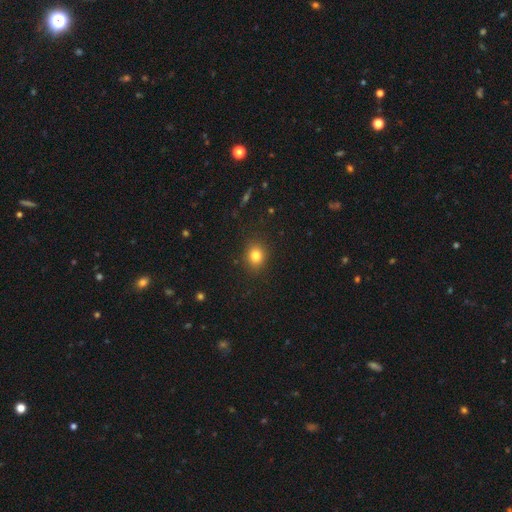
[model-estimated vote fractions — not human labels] smooth-or-featured: smooth: 82% | star or artifact: 12% | featured or disk: 6%
  how-rounded: round: 70% | in between: 29% | cigar-shaped: 1%
  merging: none: 88% | minor disturbance: 8% | major disturbance: 2% | merger: 1%